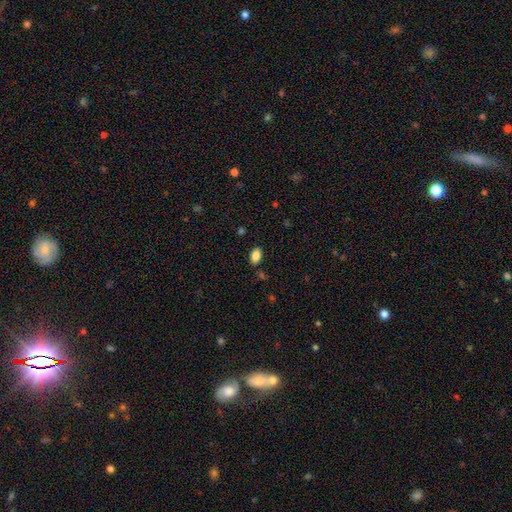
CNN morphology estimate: Smooth or featured? smooth (86%)
How rounded? in between (90%)
Merging? none (85%)